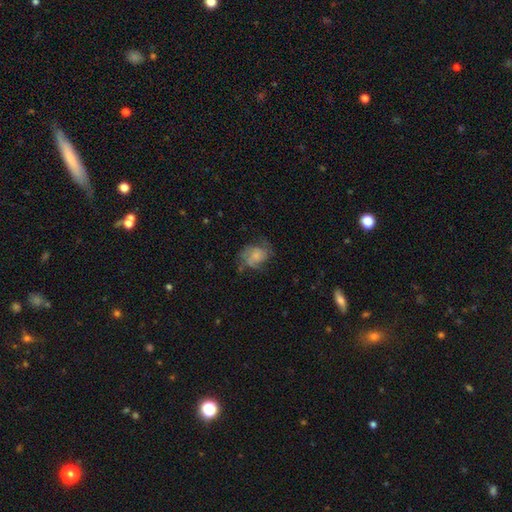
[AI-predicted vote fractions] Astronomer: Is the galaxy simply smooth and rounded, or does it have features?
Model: featured or disk — 50% (runner-up: smooth, 41%).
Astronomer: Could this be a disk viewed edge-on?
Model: no — 98%.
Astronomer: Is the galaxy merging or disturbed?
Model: none — 47% (runner-up: minor disturbance, 27%).